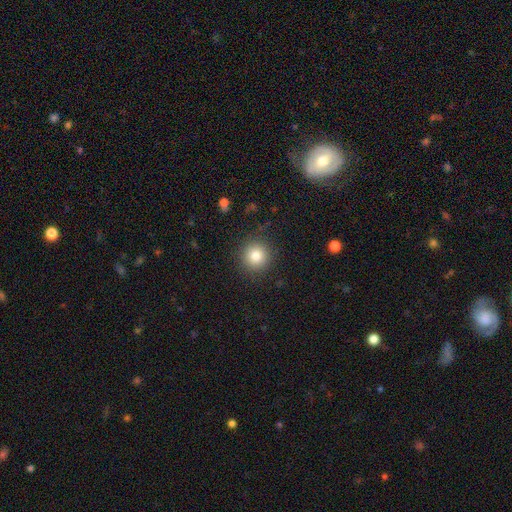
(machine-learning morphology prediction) smooth_or_featured: smooth (p=0.81) [alt: star or artifact p=0.11]
how_rounded: round (p=0.95) [alt: in between p=0.05]
merging: none (p=0.90) [alt: minor disturbance p=0.06]